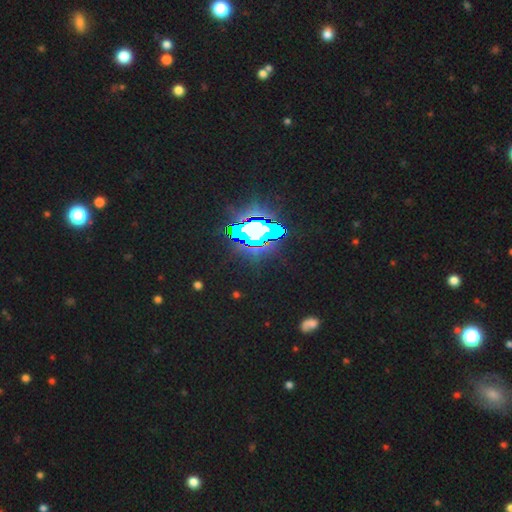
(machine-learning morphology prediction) The model was most divided on "smooth or featured": star or artifact: 81%, smooth: 10%, featured or disk: 9%.